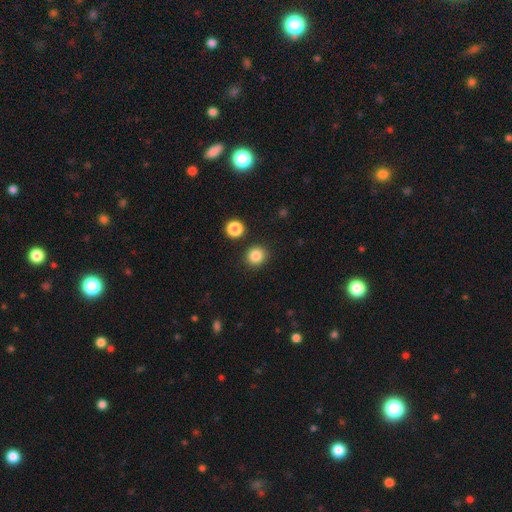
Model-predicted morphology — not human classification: The model was most divided on "how rounded": round: 86%, in between: 13%, cigar-shaped: 1%. More confident: merging — none (87%); smooth or featured — smooth (85%).